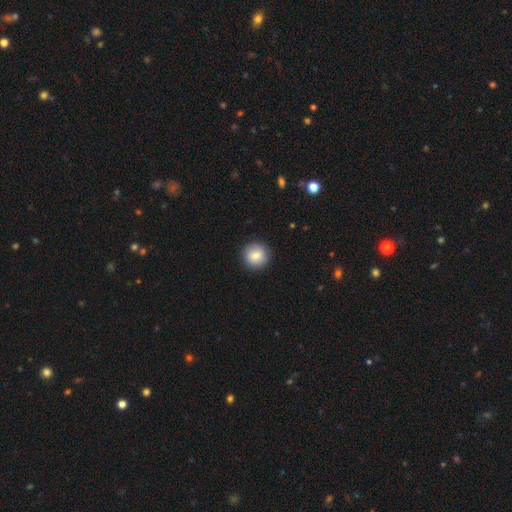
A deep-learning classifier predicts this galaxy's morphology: This appears to be a smooth galaxy with no disk features (80%) that is round (94%). Merging: none (90%).